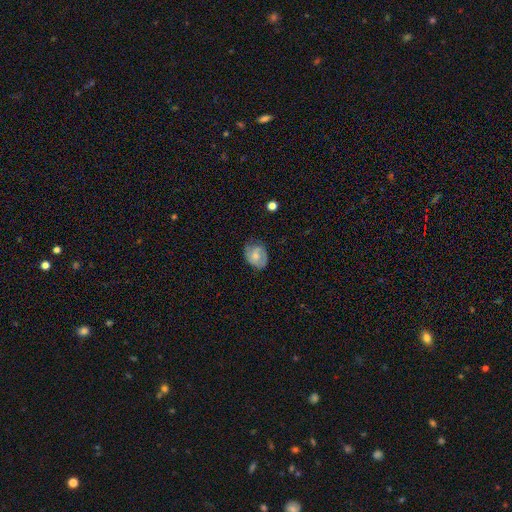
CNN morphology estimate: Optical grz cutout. It shows a smooth galaxy with no disk features (54%) that is in between round and cigar-shaped (57%). Merging: none (61%).